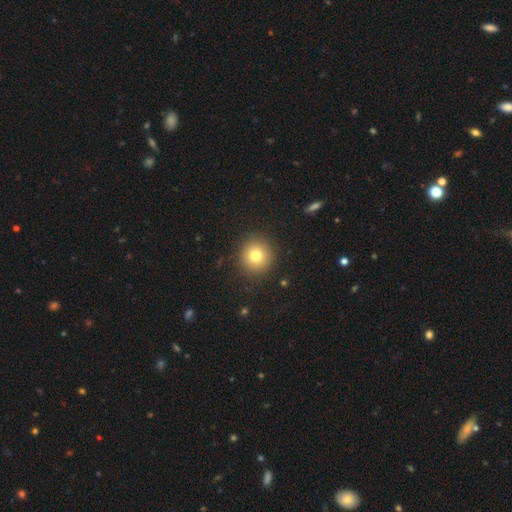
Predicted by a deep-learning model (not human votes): A smooth galaxy with no disk features (77%) that is round (94%). Merging: none (90%).